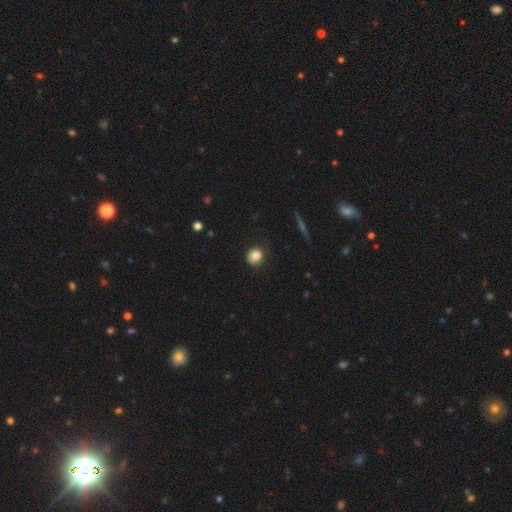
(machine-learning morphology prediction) Q: Smooth or featured?
A: smooth (83%); runner-up: star or artifact (10%)
Q: How rounded?
A: round (82%); runner-up: in between (17%)
Q: Merging?
A: none (82%); runner-up: minor disturbance (14%)